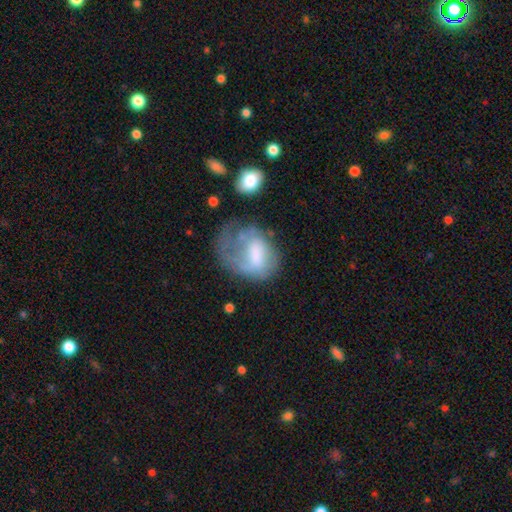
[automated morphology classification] A smooth galaxy with no disk features (46%).

Vote fractions:
- Smooth or featured? smooth: 46% / featured or disk: 45% / star or artifact: 9%
- Merging? major disturbance: 44% / none: 26% / minor disturbance: 24% / merger: 6%